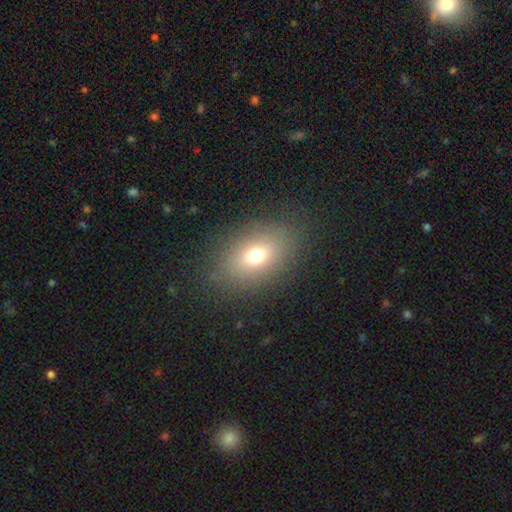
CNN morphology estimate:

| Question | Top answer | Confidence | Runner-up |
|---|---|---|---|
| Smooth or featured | smooth | 72% | featured or disk (15%) |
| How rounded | in between | 81% | round (17%) |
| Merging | none | 84% | minor disturbance (10%) |